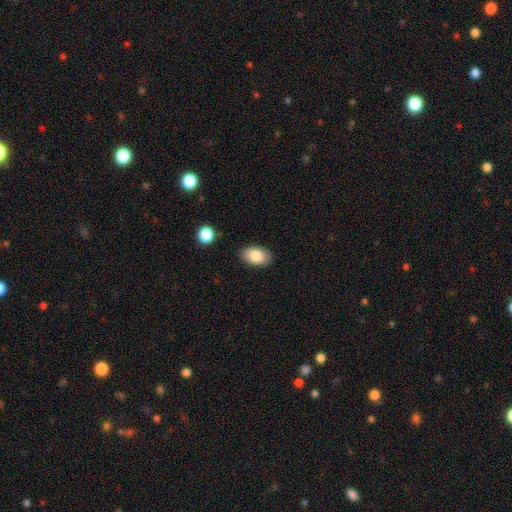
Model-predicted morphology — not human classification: Smooth or featured: smooth — 84% (featured or disk — 9%)
How rounded: in between — 92% (round — 7%)
Merging: none — 86% (minor disturbance — 10%)